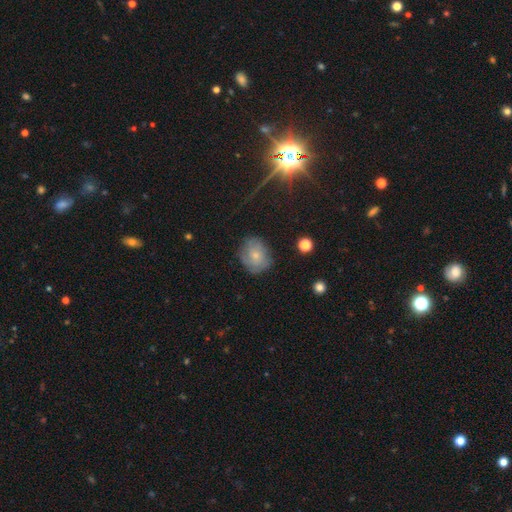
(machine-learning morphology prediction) A smooth galaxy with no disk features (47%).

Vote fractions:
- Smooth or featured? smooth: 47% / featured or disk: 43% / star or artifact: 10%
- Merging? none: 72% / minor disturbance: 20% / major disturbance: 6% / merger: 1%